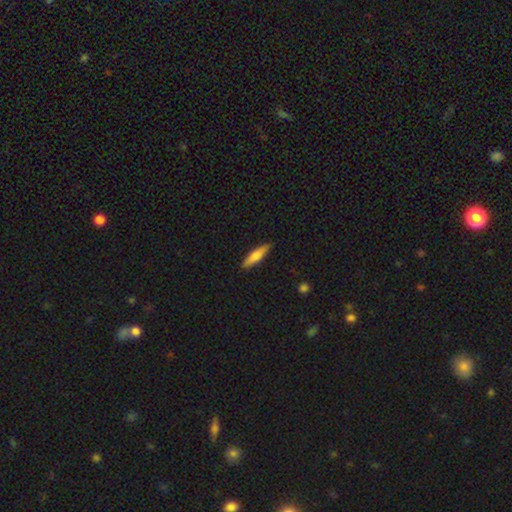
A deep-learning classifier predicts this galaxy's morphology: A smooth galaxy with no disk features (69%) that is cigar-shaped (76%).

Vote fractions:
- Smooth or featured? smooth: 69% / featured or disk: 25% / star or artifact: 6%
- How rounded? cigar-shaped: 76% / in between: 22% / round: 2%
- Merging? none: 88% / minor disturbance: 9% / major disturbance: 2% / merger: 1%